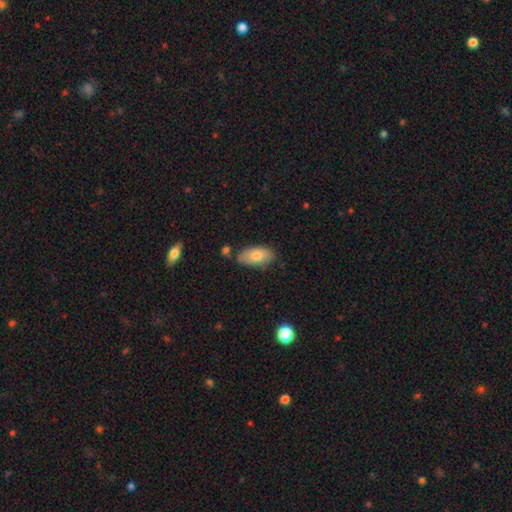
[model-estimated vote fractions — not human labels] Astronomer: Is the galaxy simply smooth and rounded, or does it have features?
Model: smooth — 76%.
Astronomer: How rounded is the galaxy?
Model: in between — 91%.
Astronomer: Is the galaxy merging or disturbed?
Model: none — 77%.